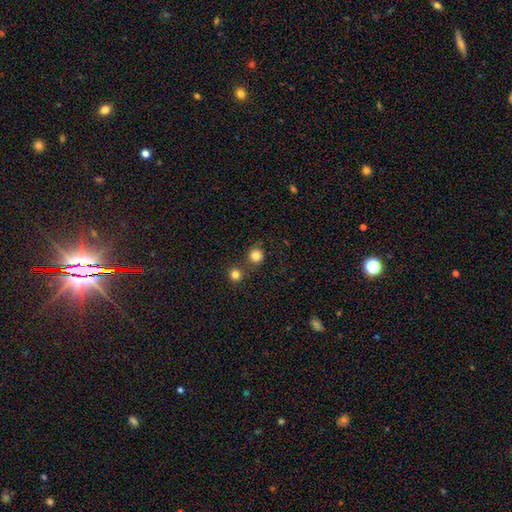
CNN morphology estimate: A smooth galaxy with no disk features (83%) that is round (91%).

Vote fractions:
- Smooth or featured? smooth: 83% / star or artifact: 12% / featured or disk: 5%
- How rounded? round: 91% / in between: 8% / cigar-shaped: 1%
- Merging? none: 73% / merger: 16% / minor disturbance: 8% / major disturbance: 3%